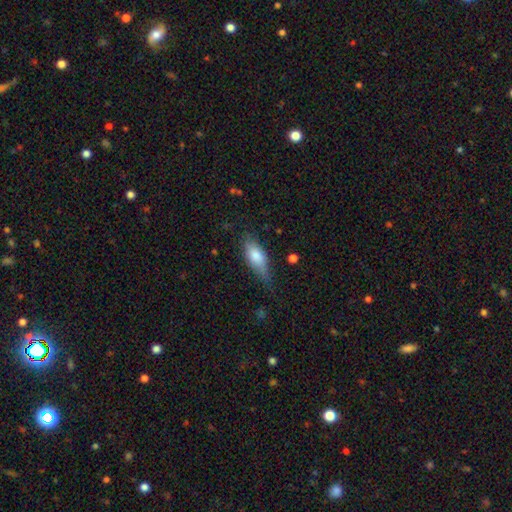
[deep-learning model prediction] A smooth galaxy with no disk features (73%) that is in between round and cigar-shaped (74%). Merging: none (53%).